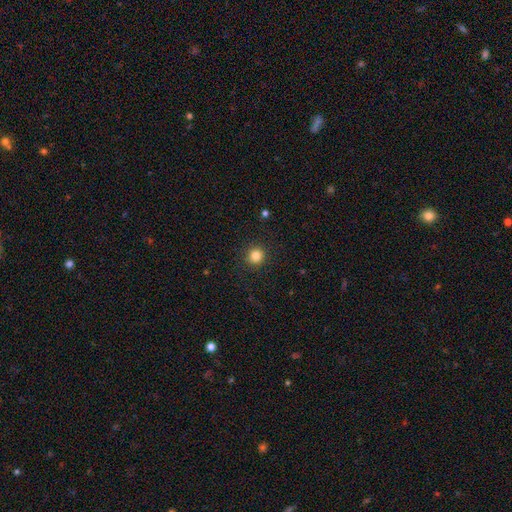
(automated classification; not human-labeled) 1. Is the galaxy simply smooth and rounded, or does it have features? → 83% smooth, 12% star or artifact, 5% featured or disk.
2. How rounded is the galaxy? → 93% round, 6% in between, 1% cigar-shaped.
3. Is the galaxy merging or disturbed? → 92% none, 5% minor disturbance, 2% major disturbance, 1% merger.